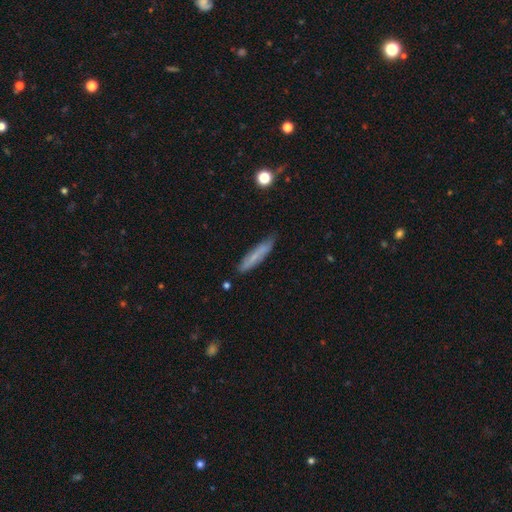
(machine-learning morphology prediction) smooth 64%, featured or disk 28%, star or artifact 8%. Down the decision tree: how rounded — cigar-shaped (86%); merging — none (77%).